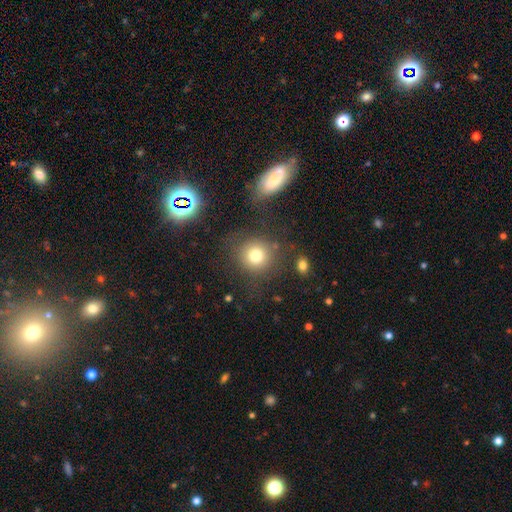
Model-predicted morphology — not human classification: Q: Smooth or featured?
A: smooth (78%); runner-up: star or artifact (12%)
Q: How rounded?
A: round (89%); runner-up: in between (10%)
Q: Merging?
A: none (78%); runner-up: minor disturbance (11%)